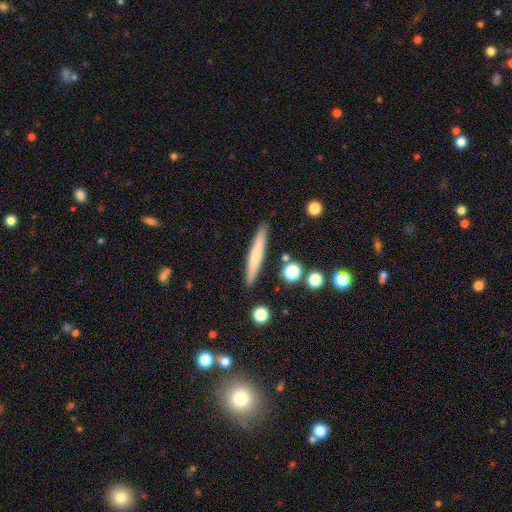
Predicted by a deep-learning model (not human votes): smooth_or_featured: smooth (p=0.66) [alt: featured or disk p=0.28]
how_rounded: cigar-shaped (p=0.95) [alt: in between p=0.04]
merging: none (p=0.90) [alt: minor disturbance p=0.07]